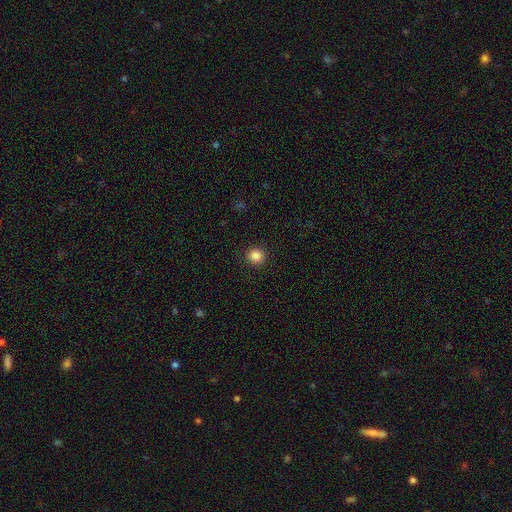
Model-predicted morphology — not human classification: The model was most divided on "smooth or featured": smooth: 87%, star or artifact: 10%, featured or disk: 3%. More confident: how rounded — round (94%); merging — none (92%).